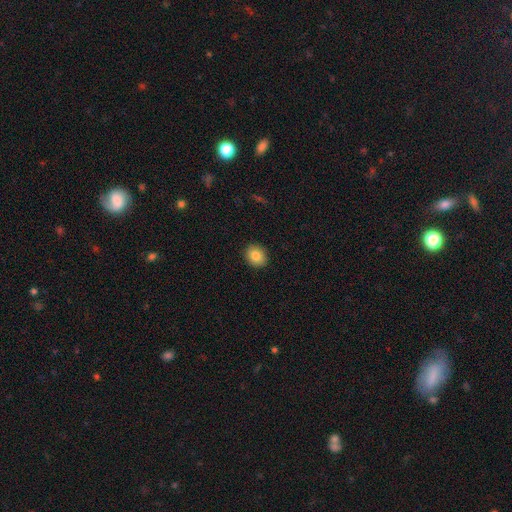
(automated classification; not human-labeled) smooth 84%, star or artifact 9%, featured or disk 7%. Down the decision tree: how rounded — round (64%); merging — none (91%).